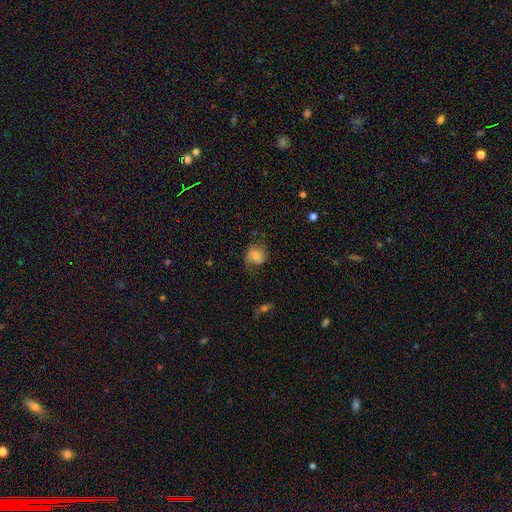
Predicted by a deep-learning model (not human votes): smooth_or_featured: smooth (p=0.69) [alt: featured or disk p=0.22]
how_rounded: round (p=0.71) [alt: in between p=0.28]
merging: none (p=0.54) [alt: minor disturbance p=0.28]